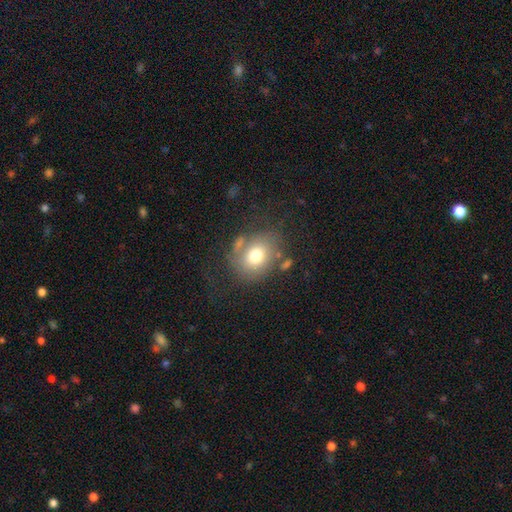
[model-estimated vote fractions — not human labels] Morphology: type=smooth (70%); roundness=round (57%); merging=none (61%).